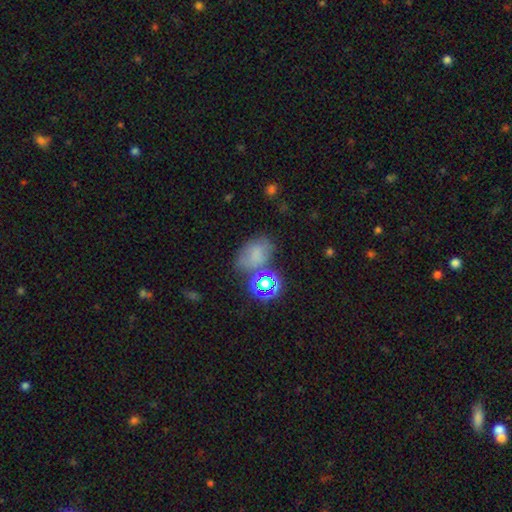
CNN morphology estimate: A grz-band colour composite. It shows a smooth galaxy with no disk features (61%) that is in between round and cigar-shaped (71%). Merging: none (51%).